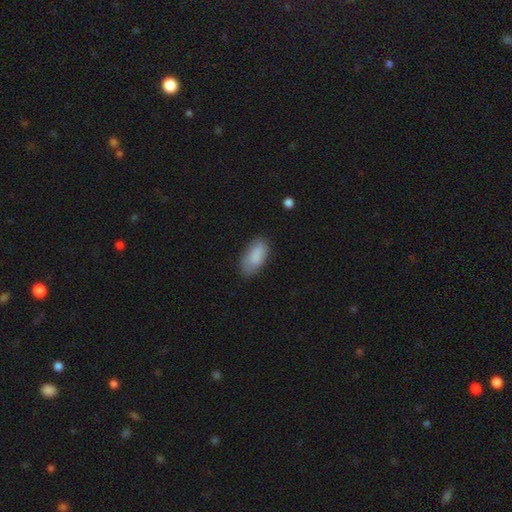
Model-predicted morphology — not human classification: Q: Smooth or featured?
A: smooth (86%); runner-up: featured or disk (7%)
Q: How rounded?
A: in between (91%); runner-up: cigar-shaped (6%)
Q: Merging?
A: none (74%); runner-up: minor disturbance (20%)